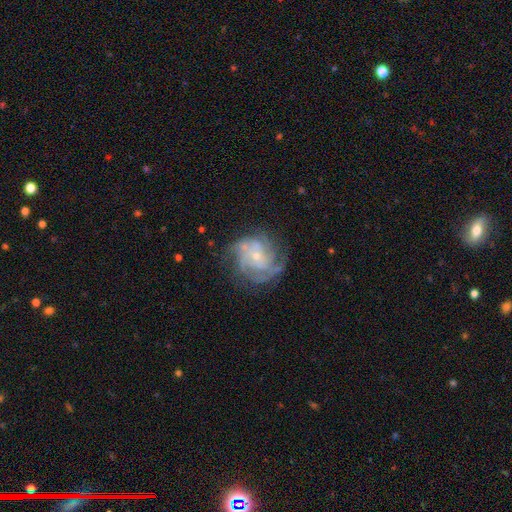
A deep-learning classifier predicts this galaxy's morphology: This appears to be a featured or disk galaxy (83%) with no bar (74%), tight (61%) spiral arms (93%) and a small central bulge (71%). Merging: none (68%).